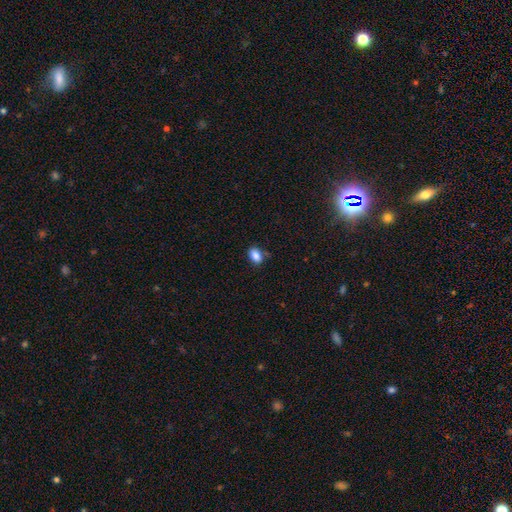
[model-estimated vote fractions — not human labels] Smooth or featured?
  - smooth: 86% *
  - star or artifact: 9%
  - featured or disk: 5%
How rounded?
  - in between: 84% *
  - round: 15%
  - cigar-shaped: 1%
Merging?
  - none: 78% *
  - minor disturbance: 15%
  - merger: 4%
  - major disturbance: 3%